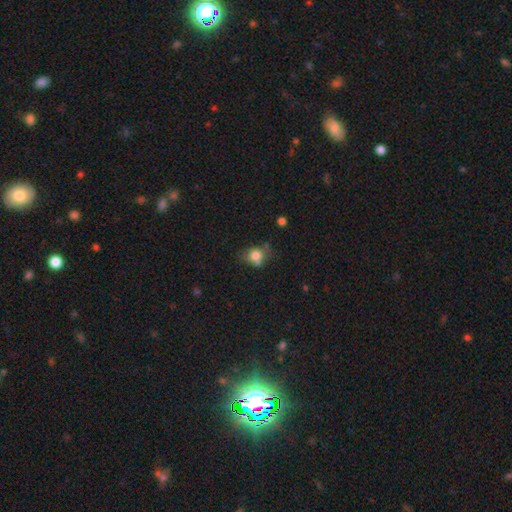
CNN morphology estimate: type=smooth (76%); roundness=round (57%); merging=none (49%).